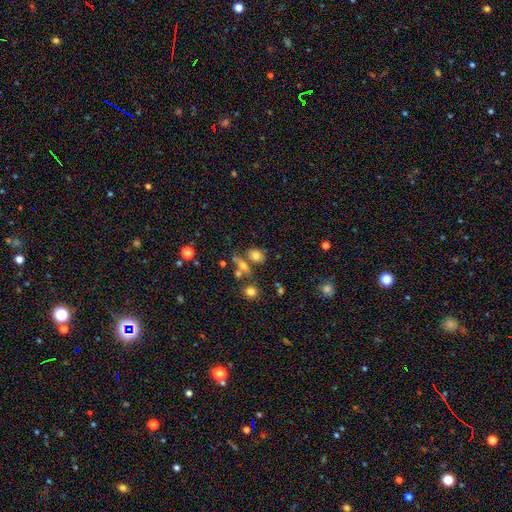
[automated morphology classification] smooth 73%, star or artifact 14%, featured or disk 13%. Down the decision tree: how rounded — in between (57%); merging — none (54%).